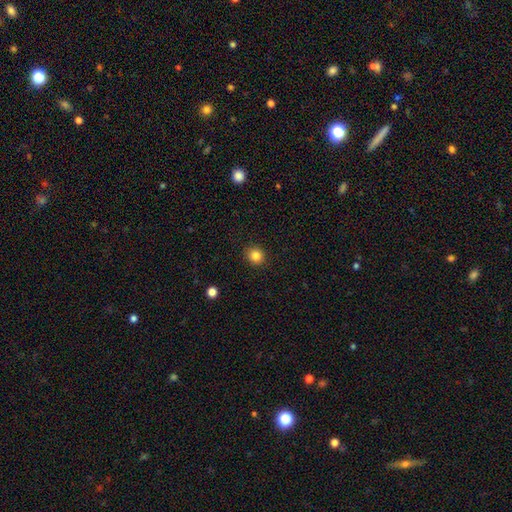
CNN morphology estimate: Smooth or featured: smooth — 83% (star or artifact — 11%)
How rounded: round — 88% (in between — 11%)
Merging: none — 91% (minor disturbance — 6%)